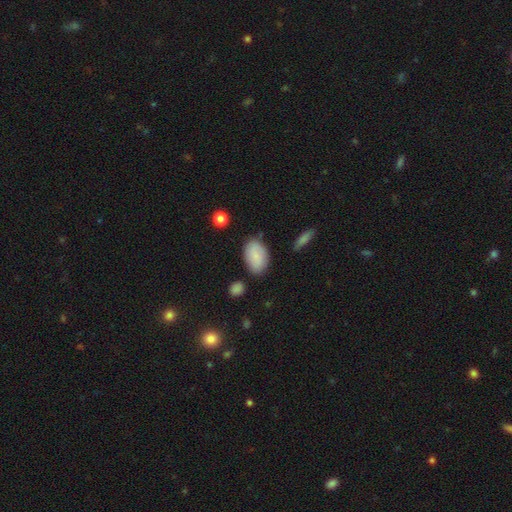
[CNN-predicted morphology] Smooth or featured? Predicted: smooth (p=0.83). How rounded? Predicted: in between (p=0.92). Merging? Predicted: none (p=0.76).